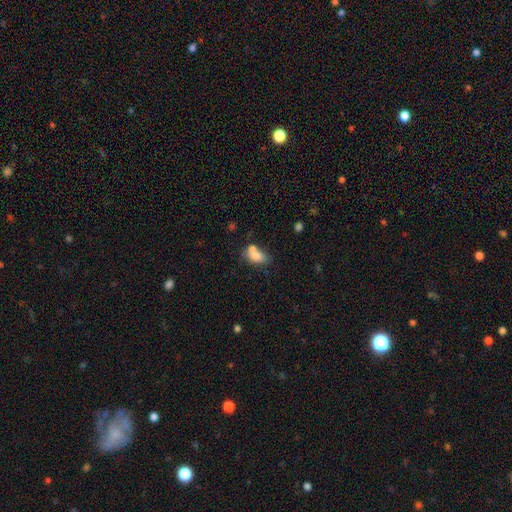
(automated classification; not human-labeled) Morphology: type=smooth (77%); roundness=in between (85%); merging=merger (40%).